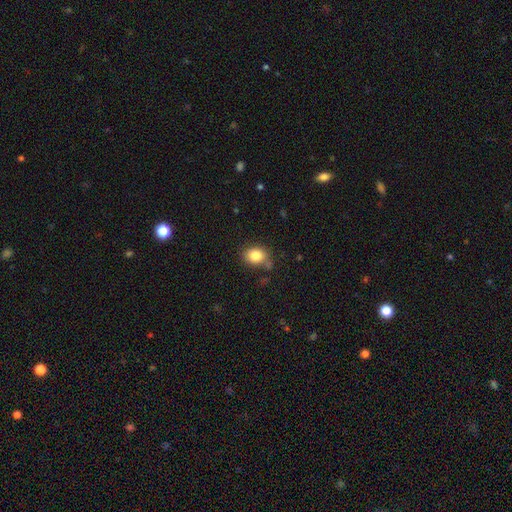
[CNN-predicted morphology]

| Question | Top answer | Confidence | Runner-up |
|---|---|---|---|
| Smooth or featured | smooth | 84% | star or artifact (9%) |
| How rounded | in between | 54% | round (45%) |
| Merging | none | 75% | minor disturbance (15%) |